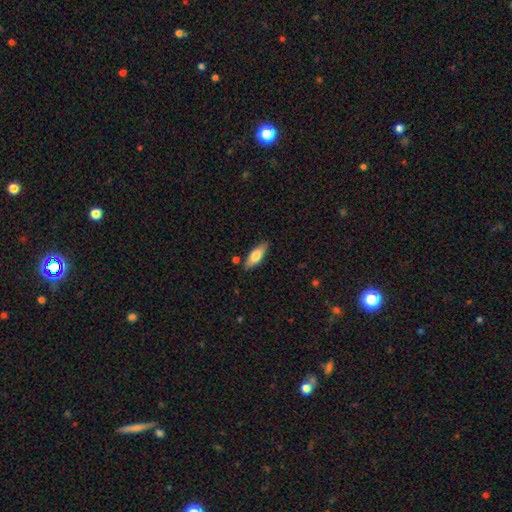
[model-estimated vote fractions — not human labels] smooth 72%, featured or disk 22%, star or artifact 6%. Down the decision tree: how rounded — in between (65%); merging — none (81%).